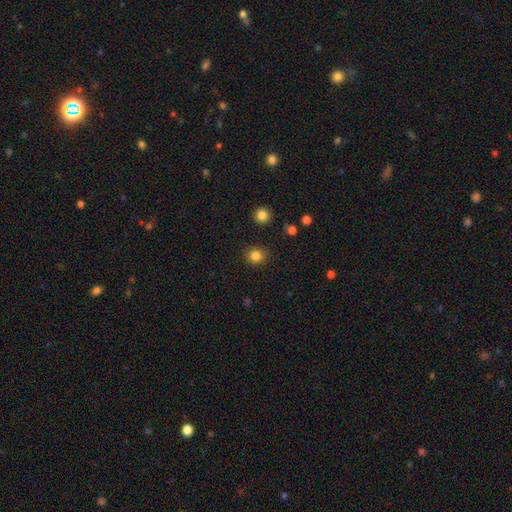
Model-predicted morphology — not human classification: This is clearly a smooth galaxy (84%). How rounded: clearly round (84%). Merging: clearly none (88%).